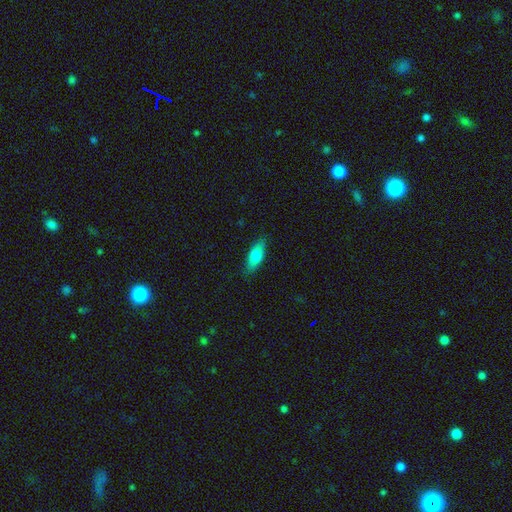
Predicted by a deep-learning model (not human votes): This appears to be a smooth galaxy with no disk features (73%) that is in between round and cigar-shaped (62%). Merging: none (86%).